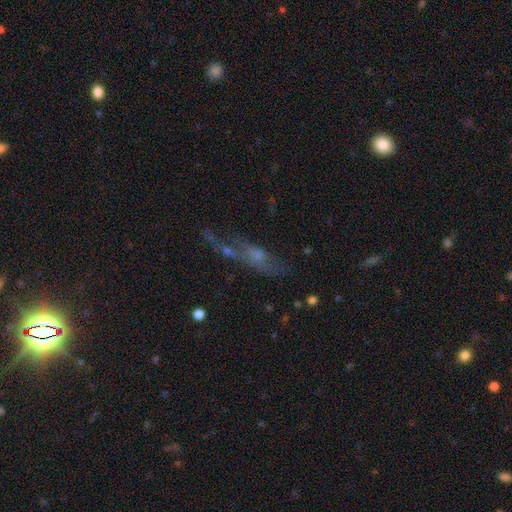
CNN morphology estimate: Smooth or featured: featured or disk — 46% (smooth — 34%)
Merging: none — 38% (major disturbance — 22%)